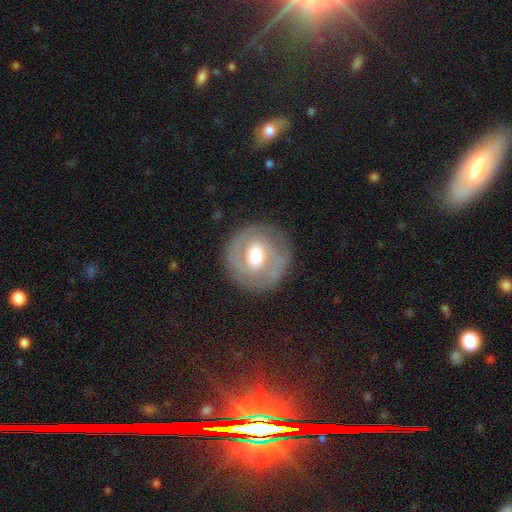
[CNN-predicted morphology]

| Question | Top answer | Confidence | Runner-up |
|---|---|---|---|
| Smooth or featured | featured or disk | 67% | smooth (27%) |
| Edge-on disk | no | 96% | yes (4%) |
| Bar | weak | 43% | no (35%) |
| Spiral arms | yes | 67% | no (33%) |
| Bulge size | moderate | 68% | large (16%) |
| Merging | none | 84% | minor disturbance (10%) |